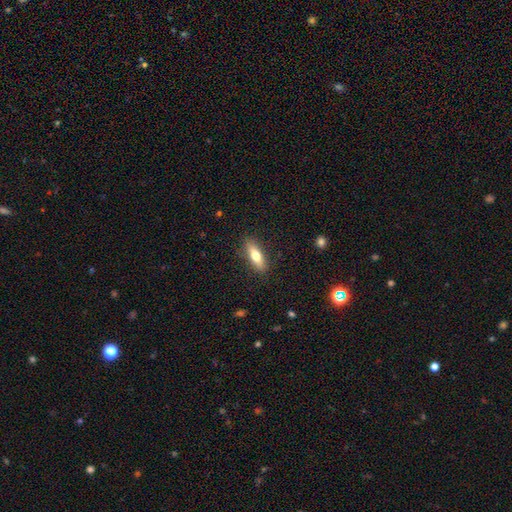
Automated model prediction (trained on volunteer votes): This is likely a smooth galaxy (72%). How rounded: possibly in between (52%). Merging: clearly none (87%).